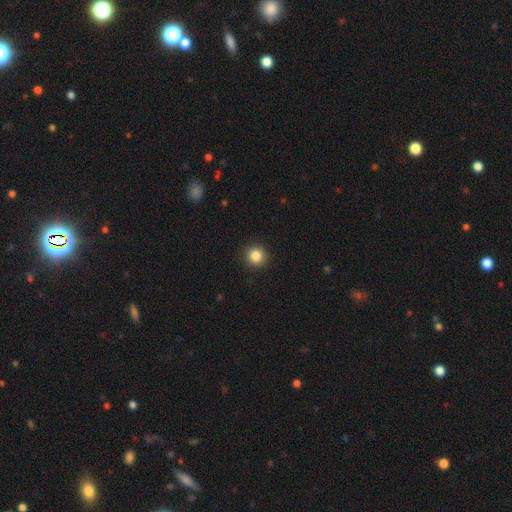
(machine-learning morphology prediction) Smooth or featured?
  - smooth: 85% *
  - star or artifact: 11%
  - featured or disk: 4%
How rounded?
  - round: 94% *
  - in between: 5%
  - cigar-shaped: 1%
Merging?
  - none: 92% *
  - minor disturbance: 5%
  - major disturbance: 2%
  - merger: 1%